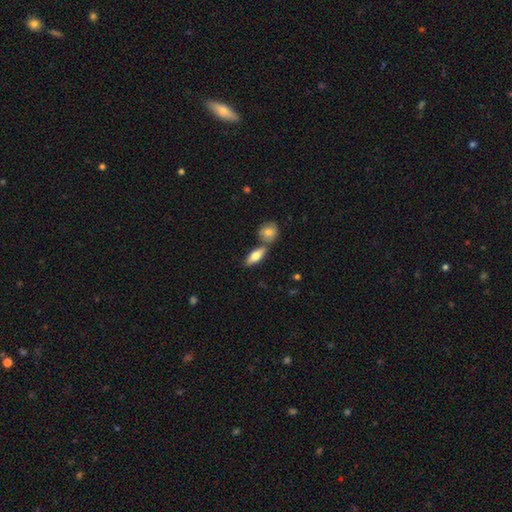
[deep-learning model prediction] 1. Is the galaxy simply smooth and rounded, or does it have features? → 66% smooth, 28% featured or disk, 6% star or artifact.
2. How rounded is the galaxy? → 70% in between, 26% cigar-shaped, 4% round.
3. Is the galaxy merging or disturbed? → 64% none, 23% merger, 10% minor disturbance, 3% major disturbance.